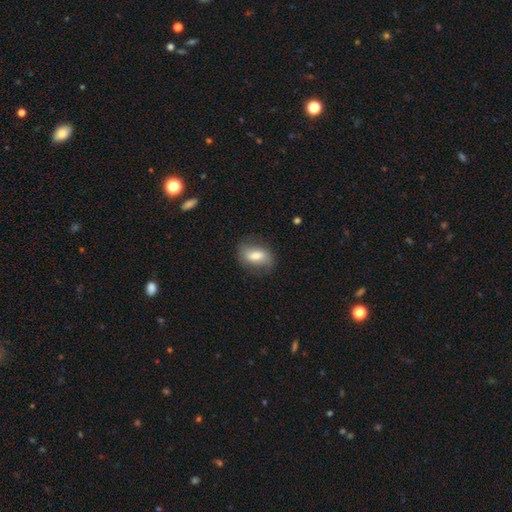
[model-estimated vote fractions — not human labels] Overall: smooth (65%; featured or disk 27%). How rounded: in between (83%). Merging: none (72%).